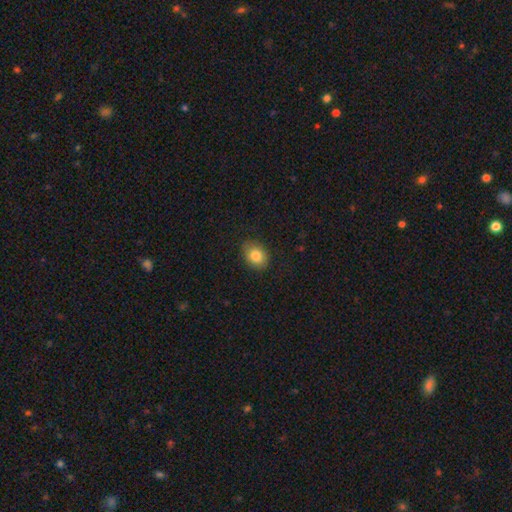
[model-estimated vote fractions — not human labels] Q: Smooth or featured?
A: smooth (83%); runner-up: star or artifact (9%)
Q: How rounded?
A: in between (63%); runner-up: round (36%)
Q: Merging?
A: none (85%); runner-up: minor disturbance (11%)